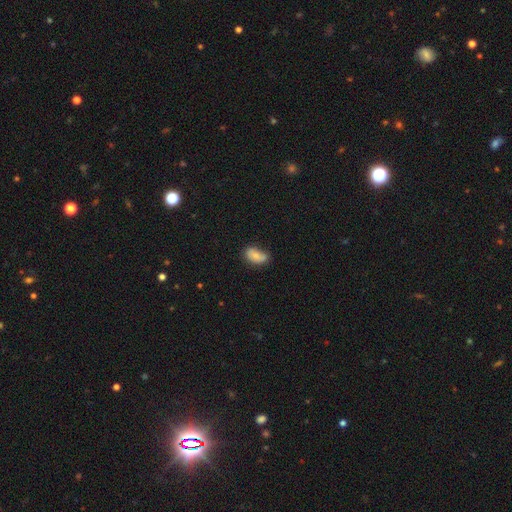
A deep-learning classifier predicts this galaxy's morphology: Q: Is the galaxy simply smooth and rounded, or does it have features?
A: smooth — 67%.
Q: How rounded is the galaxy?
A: in between — 90%.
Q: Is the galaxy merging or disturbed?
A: none — 54%.